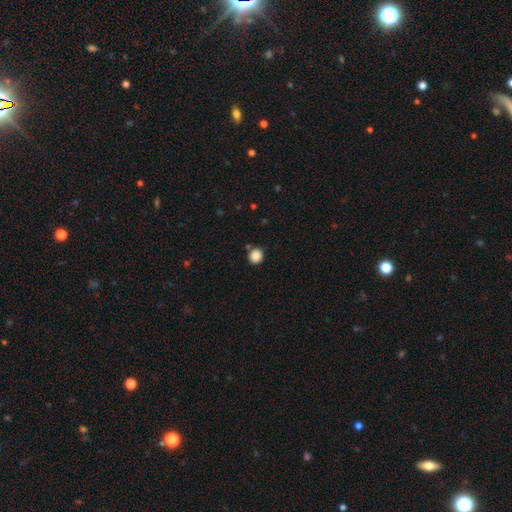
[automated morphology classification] smooth 87%, star or artifact 10%, featured or disk 3%. Down the decision tree: how rounded — round (92%); merging — none (84%).